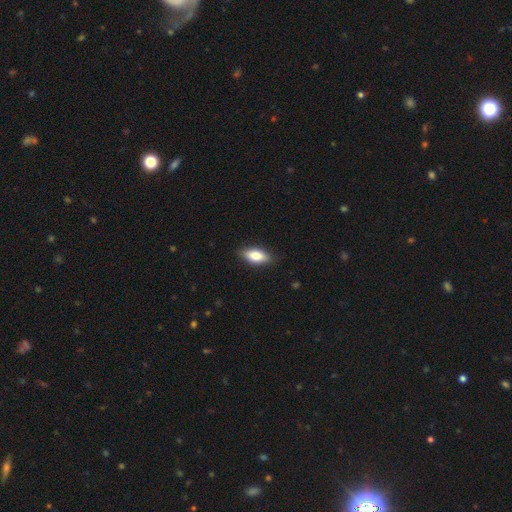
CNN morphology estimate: This appears to be a smooth galaxy with no disk features (77%) that is in between round and cigar-shaped (83%). Merging: none (86%).